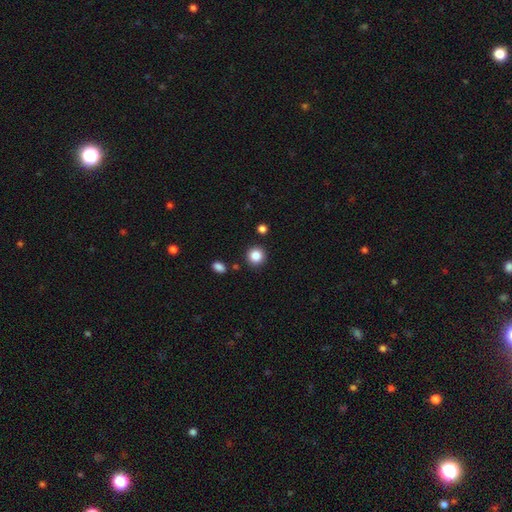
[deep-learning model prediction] Smooth or featured: smooth — 86% (star or artifact — 10%)
How rounded: round — 92% (in between — 7%)
Merging: none — 88% (minor disturbance — 7%)